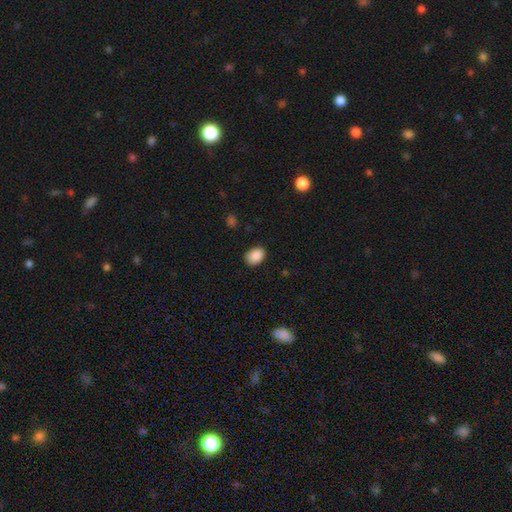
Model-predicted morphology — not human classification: Smooth or featured: smooth — 89% (star or artifact — 8%)
How rounded: in between — 76% (round — 23%)
Merging: none — 86% (minor disturbance — 11%)